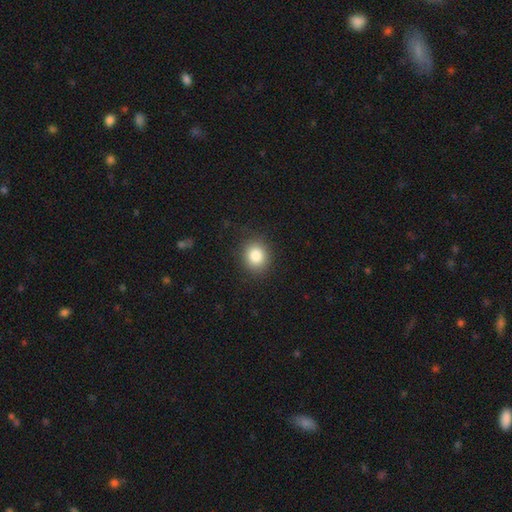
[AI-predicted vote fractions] This is clearly a smooth galaxy (84%). How rounded: likely round (73%). Merging: clearly none (88%).